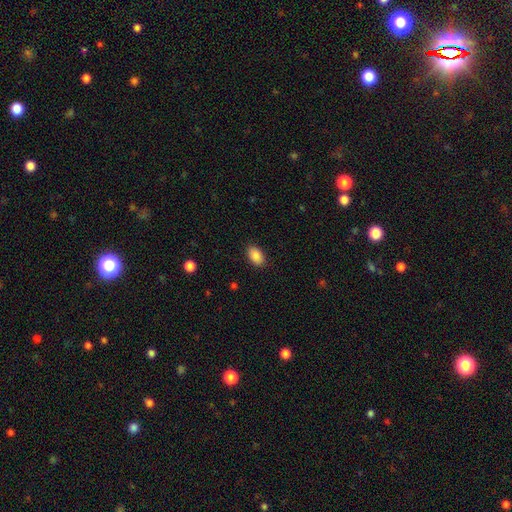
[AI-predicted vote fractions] Overall: smooth (88%). How rounded: in between (90%). Merging: none (88%).